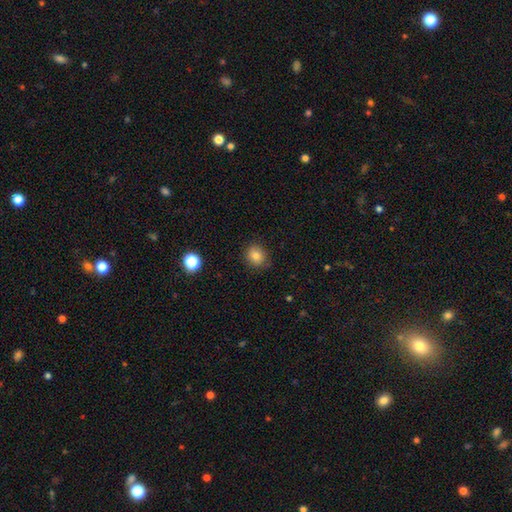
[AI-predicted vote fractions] Overall: smooth (82%). How rounded: round (76%). Merging: none (85%).